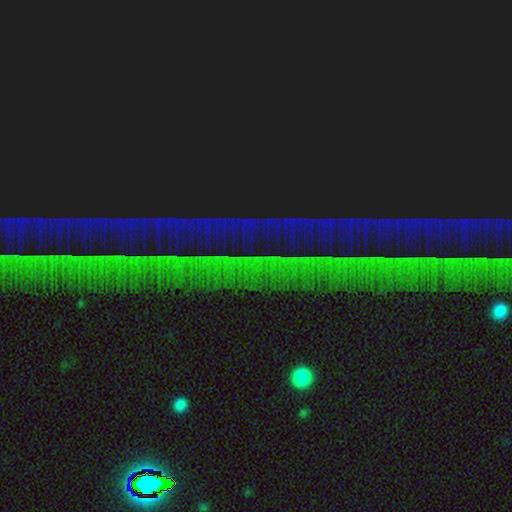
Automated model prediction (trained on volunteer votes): This is clearly a star or artifact rather than a galaxy (87%).